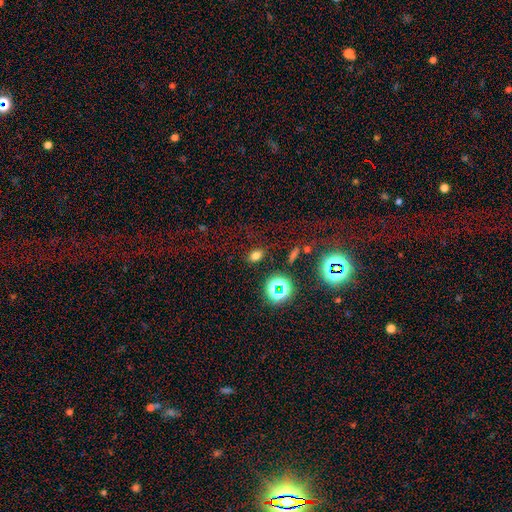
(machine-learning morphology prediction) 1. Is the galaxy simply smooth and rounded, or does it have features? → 71% smooth, 22% star or artifact, 7% featured or disk.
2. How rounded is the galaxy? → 73% in between, 24% round, 3% cigar-shaped.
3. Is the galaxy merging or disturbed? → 84% none, 10% minor disturbance, 4% major disturbance, 2% merger.